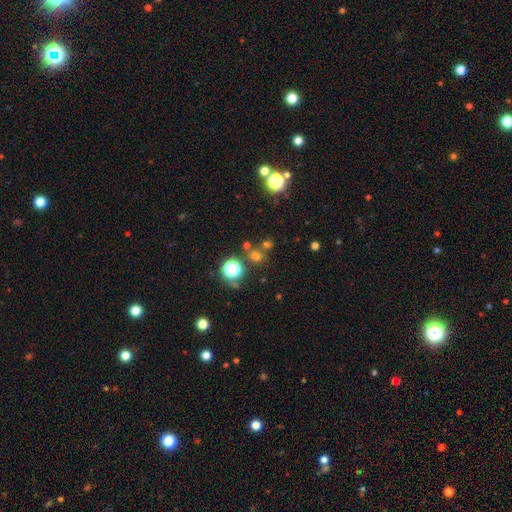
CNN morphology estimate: smooth 57%, star or artifact 35%, featured or disk 8%. Down the decision tree: how rounded — round (84%); merging — none (68%).